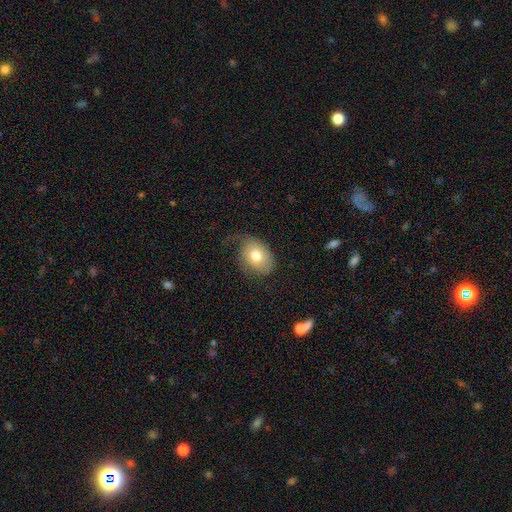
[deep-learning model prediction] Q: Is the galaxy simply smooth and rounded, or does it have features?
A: smooth — 70%.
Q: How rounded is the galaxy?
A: in between — 69%.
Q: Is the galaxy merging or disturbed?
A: none — 44%.